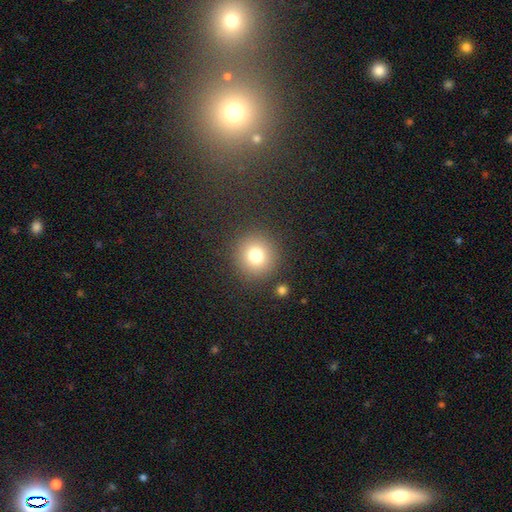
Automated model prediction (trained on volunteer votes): smooth 77%, star or artifact 13%, featured or disk 9%. Down the decision tree: how rounded — round (92%); merging — none (88%).